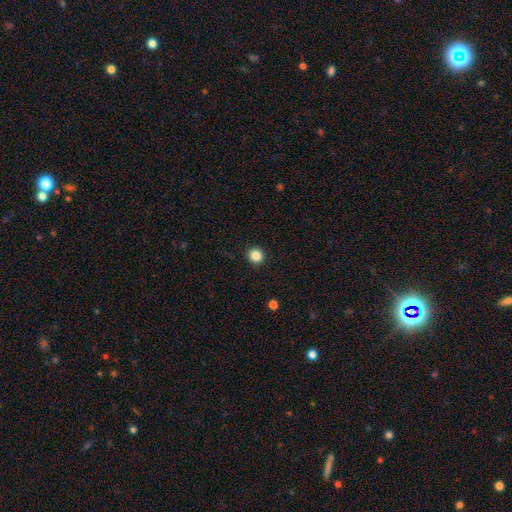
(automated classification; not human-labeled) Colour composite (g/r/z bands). It shows a smooth galaxy with no disk features (85%) that is round (94%). Merging: none (93%).